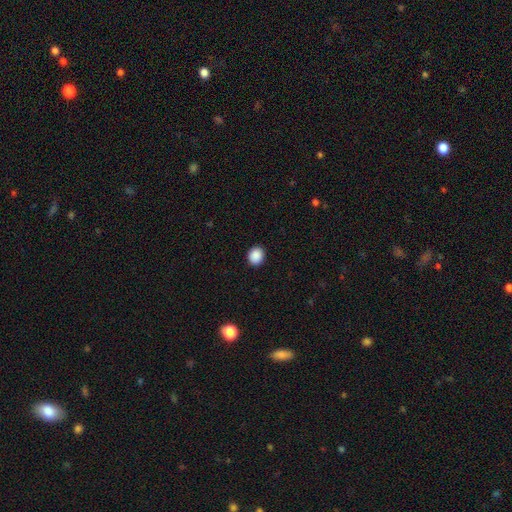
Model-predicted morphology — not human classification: smooth 89%, star or artifact 8%, featured or disk 2%. Down the decision tree: how rounded — round (72%); merging — none (92%).